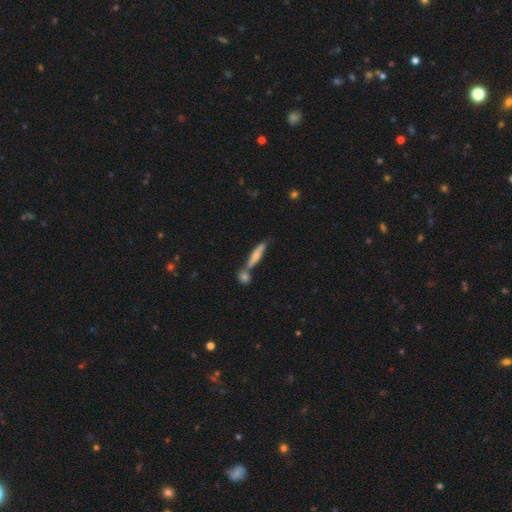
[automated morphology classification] The model was most divided on "merging": none: 56%, merger: 29%, minor disturbance: 12%, major disturbance: 3%. More confident: how rounded — cigar-shaped (84%); smooth or featured — smooth (65%).